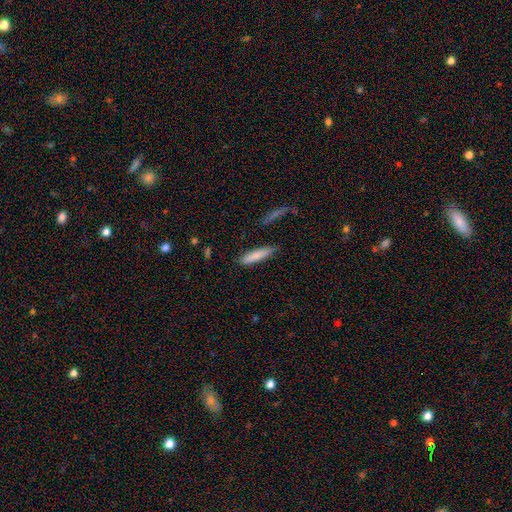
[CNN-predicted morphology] smooth-or-featured: smooth: 81% | featured or disk: 12% | star or artifact: 6%
  how-rounded: cigar-shaped: 82% | in between: 17% | round: 2%
  merging: none: 80% | minor disturbance: 14% | major disturbance: 3% | merger: 3%